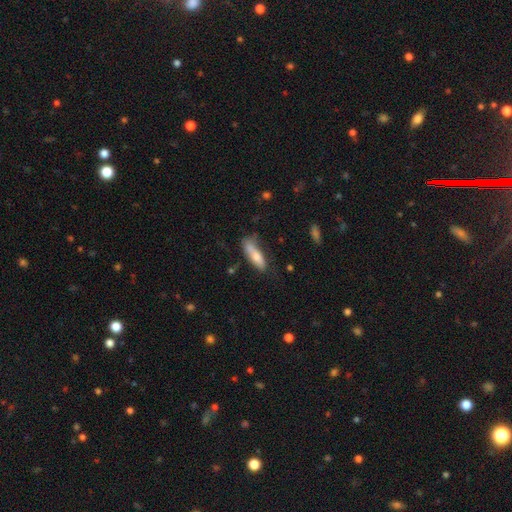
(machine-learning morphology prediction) Smooth or featured? Predicted: smooth (p=0.71). How rounded? Predicted: cigar-shaped (p=0.54). Merging? Predicted: none (p=0.53).